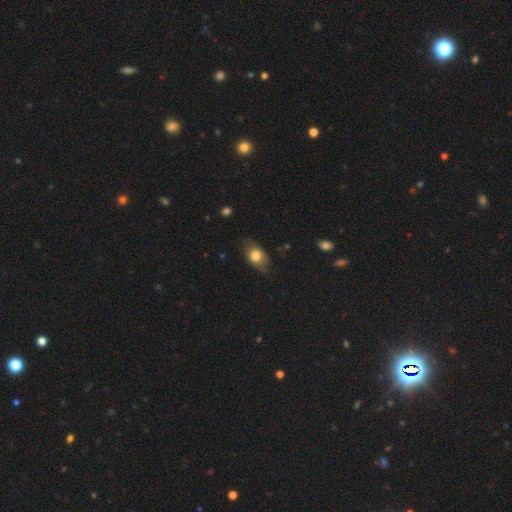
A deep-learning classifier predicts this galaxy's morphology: smooth-or-featured: smooth: 73% | featured or disk: 20% | star or artifact: 7%
  how-rounded: in between: 84% | round: 14% | cigar-shaped: 2%
  merging: none: 72% | minor disturbance: 23% | major disturbance: 5% | merger: 1%